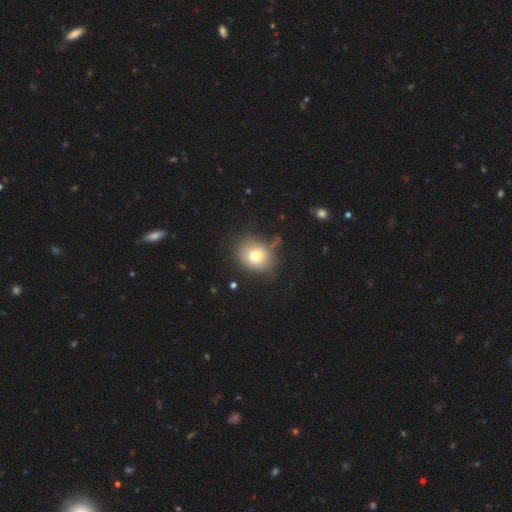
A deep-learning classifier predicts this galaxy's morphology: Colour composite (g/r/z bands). It shows a smooth galaxy with no disk features (76%) that is round (71%). Merging: none (71%).